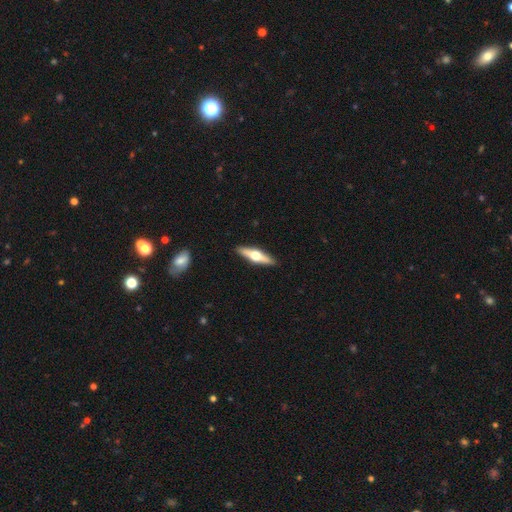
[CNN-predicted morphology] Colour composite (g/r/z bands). It shows a featured or disk galaxy (65%) viewed edge-on (96%) with a rounded central bulge (96%). Merging: none (91%).